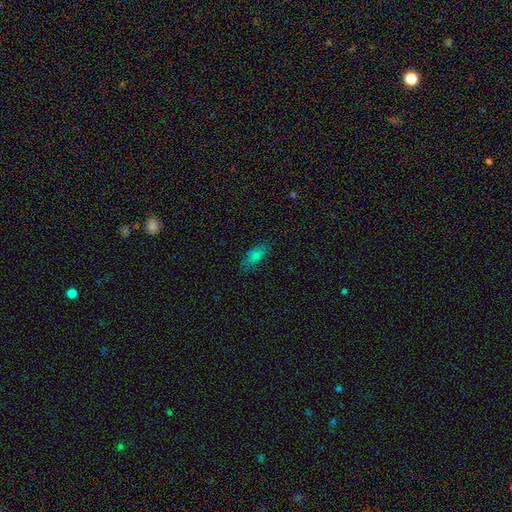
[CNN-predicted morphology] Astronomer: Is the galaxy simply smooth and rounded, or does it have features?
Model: smooth — 67%.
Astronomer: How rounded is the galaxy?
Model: in between — 73%.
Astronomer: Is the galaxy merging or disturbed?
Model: none — 80%.